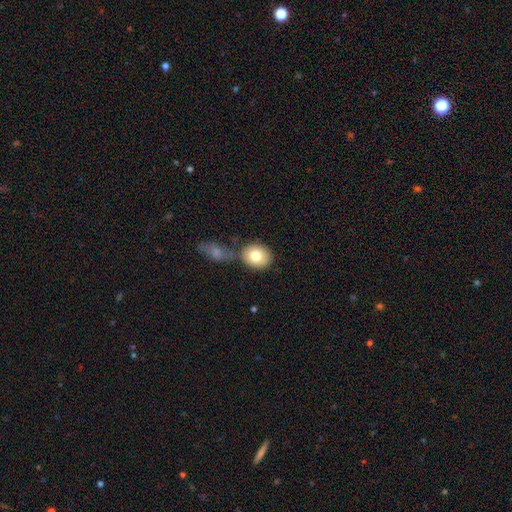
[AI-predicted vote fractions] A smooth galaxy with no disk features (79%) that is round (56%).

Vote fractions:
- Smooth or featured? smooth: 79% / featured or disk: 14% / star or artifact: 8%
- How rounded? round: 56% / in between: 43% / cigar-shaped: 1%
- Merging? none: 63% / merger: 21% / minor disturbance: 12% / major disturbance: 4%